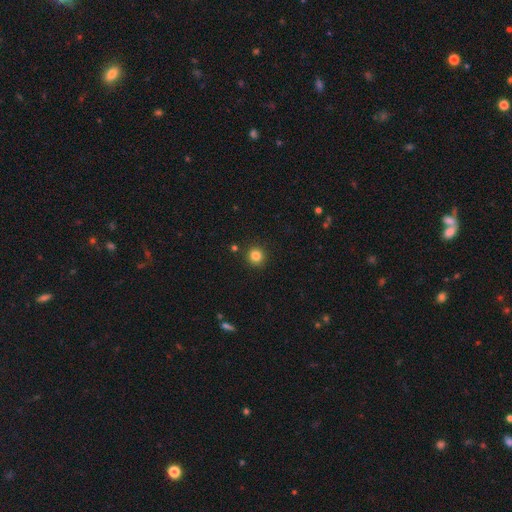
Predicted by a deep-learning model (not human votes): Morphology: type=smooth (83%); roundness=round (93%); merging=none (90%).